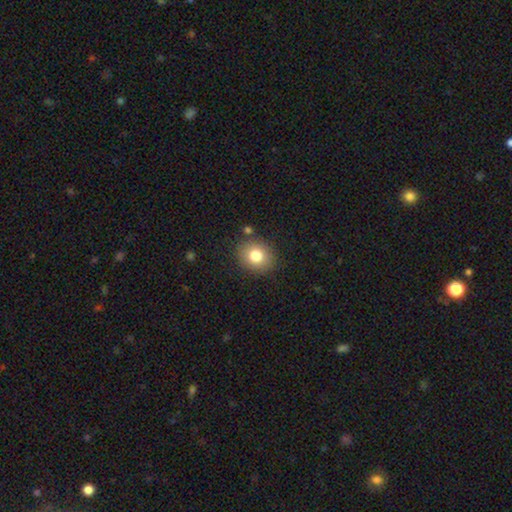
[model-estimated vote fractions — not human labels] A smooth galaxy with no disk features (80%) that is round (68%). Merging: none (85%).